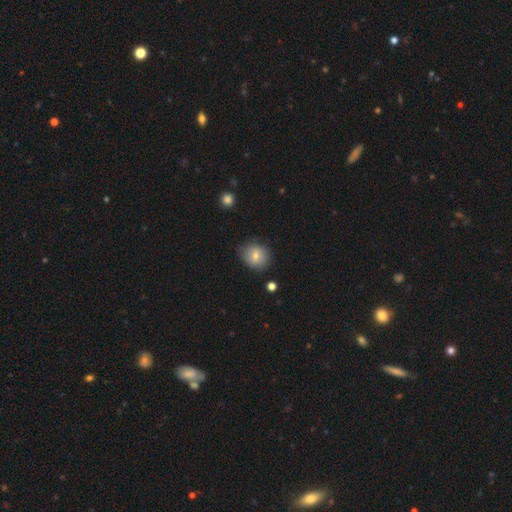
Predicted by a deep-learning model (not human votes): Morphology: type=smooth (71%); roundness=round (64%); merging=none (76%).